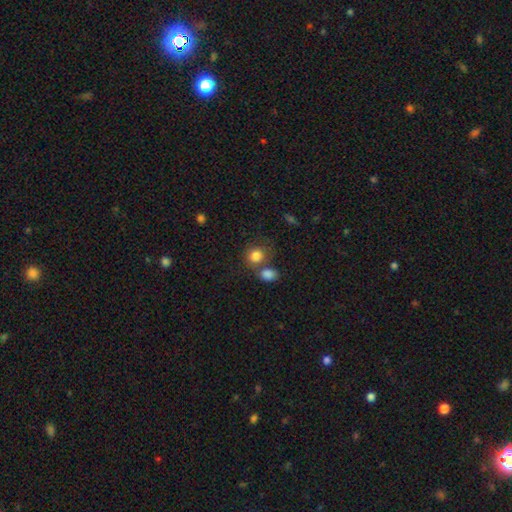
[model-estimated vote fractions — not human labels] Smooth or featured? smooth (83%)
How rounded? round (73%)
Merging? none (50%)